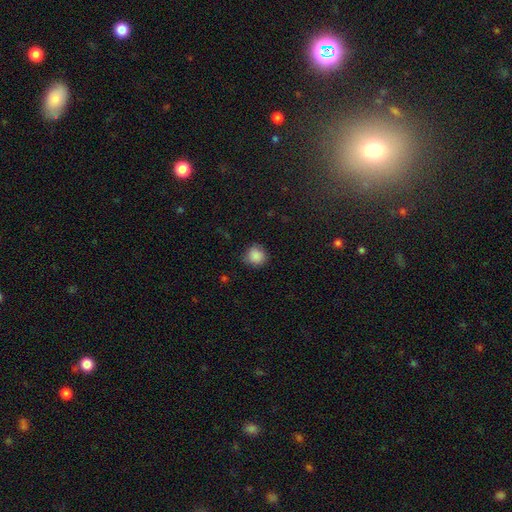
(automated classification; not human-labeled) smooth-or-featured: smooth: 87% | star or artifact: 9% | featured or disk: 4%
  how-rounded: round: 88% | in between: 11% | cigar-shaped: 1%
  merging: none: 78% | minor disturbance: 17% | major disturbance: 4% | merger: 1%